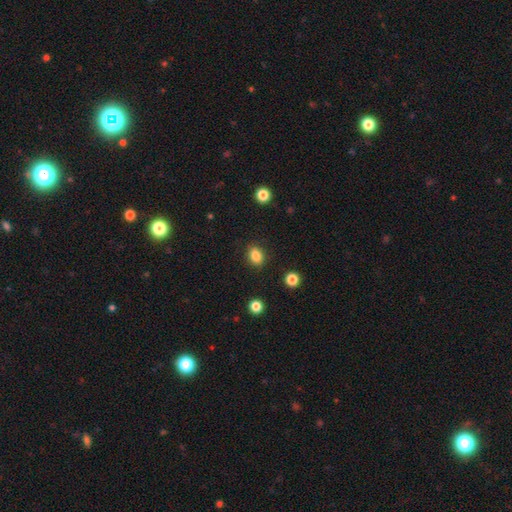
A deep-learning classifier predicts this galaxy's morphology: This appears to be a smooth galaxy with no disk features (85%) that is in between round and cigar-shaped (63%). Merging: none (87%).